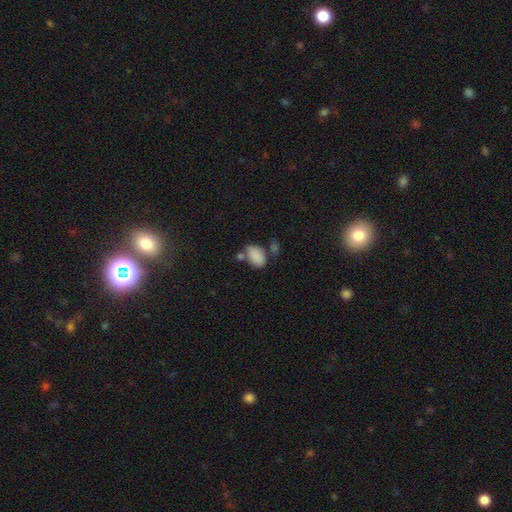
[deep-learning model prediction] The model was most divided on "merging": none: 55%, merger: 22%, minor disturbance: 17%, major disturbance: 6%. More confident: how rounded — in between (92%); smooth or featured — smooth (86%).